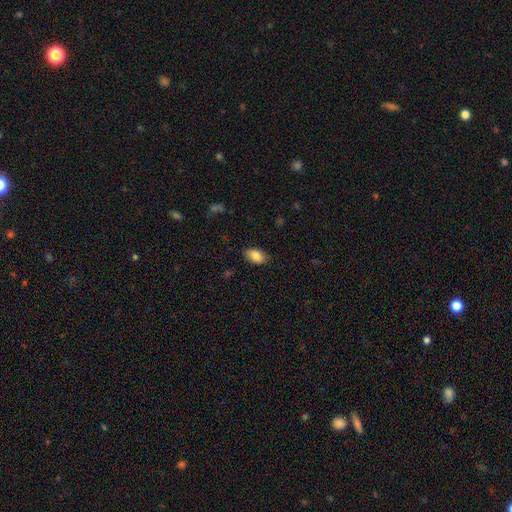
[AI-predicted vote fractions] Smooth or featured?
  - smooth: 86% *
  - star or artifact: 7%
  - featured or disk: 6%
How rounded?
  - in between: 91% *
  - round: 7%
  - cigar-shaped: 2%
Merging?
  - none: 84% *
  - minor disturbance: 12%
  - major disturbance: 3%
  - merger: 1%